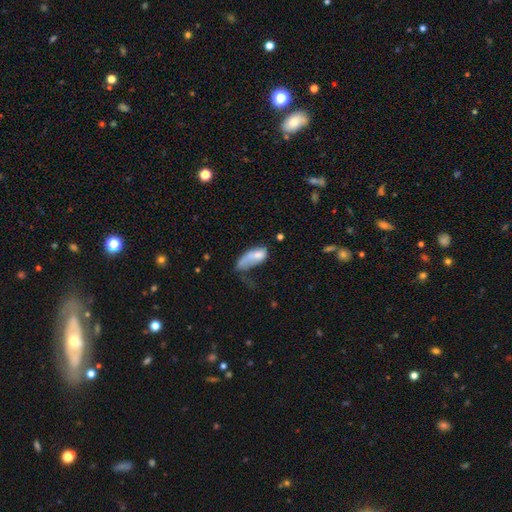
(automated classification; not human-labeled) Q: Smooth or featured?
A: smooth (66%); runner-up: featured or disk (27%)
Q: How rounded?
A: in between (83%); runner-up: cigar-shaped (13%)
Q: Merging?
A: major disturbance (52%); runner-up: minor disturbance (21%)